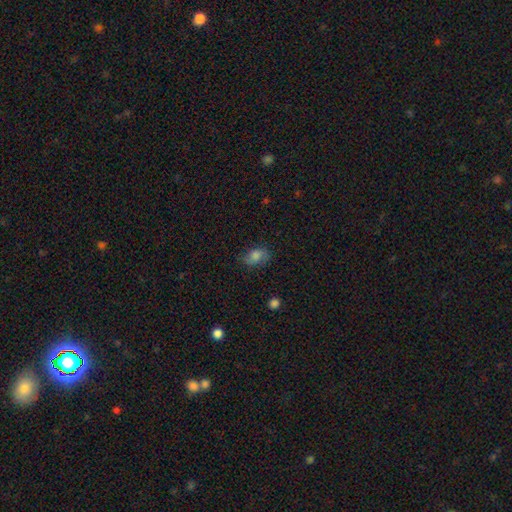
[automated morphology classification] Smooth or featured? smooth (72%)
How rounded? in between (80%)
Merging? none (70%)